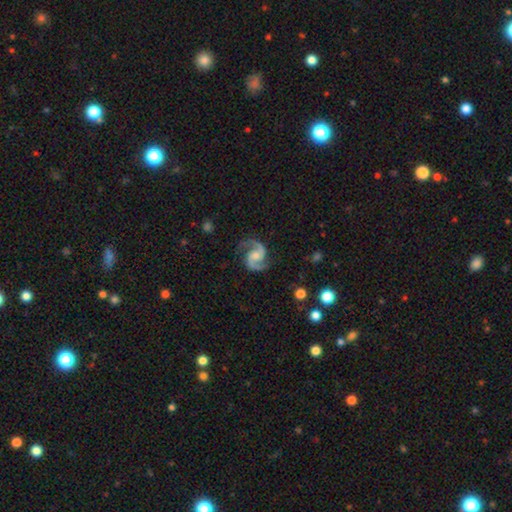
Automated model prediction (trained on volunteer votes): Smooth or featured? Predicted: featured or disk (p=0.93). Edge-on disk? Predicted: no (p=0.98). Bar? Predicted: no (p=0.54). Spiral arms? Predicted: yes (p=0.98). Spiral winding? Predicted: medium (p=0.62). Spiral arm count? Predicted: 2 (p=0.94). Bulge size? Predicted: moderate (p=0.39). Merging? Predicted: none (p=0.80).